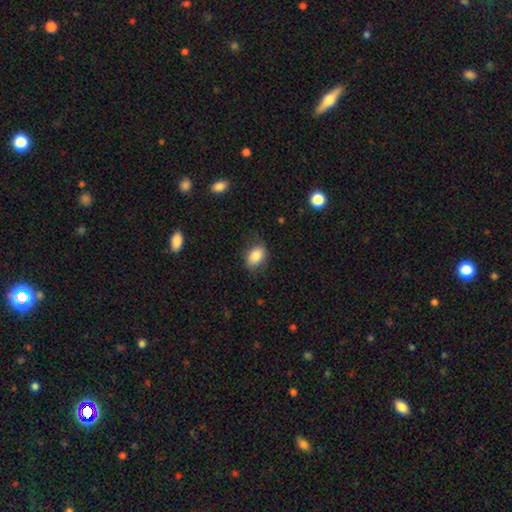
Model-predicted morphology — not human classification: smooth_or_featured: smooth (p=0.85) [alt: star or artifact p=0.08]
how_rounded: in between (p=0.79) [alt: round p=0.19]
merging: none (p=0.73) [alt: minor disturbance p=0.20]